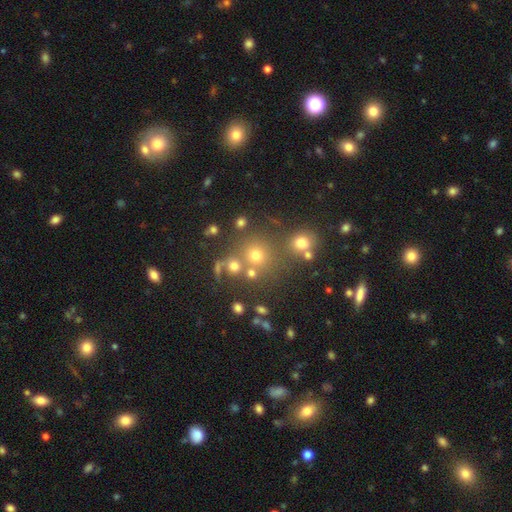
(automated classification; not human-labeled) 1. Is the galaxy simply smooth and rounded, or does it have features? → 61% smooth, 28% star or artifact, 11% featured or disk.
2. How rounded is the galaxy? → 88% round, 11% in between, 1% cigar-shaped.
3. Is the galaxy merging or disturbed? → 65% none, 21% merger, 9% minor disturbance, 5% major disturbance.